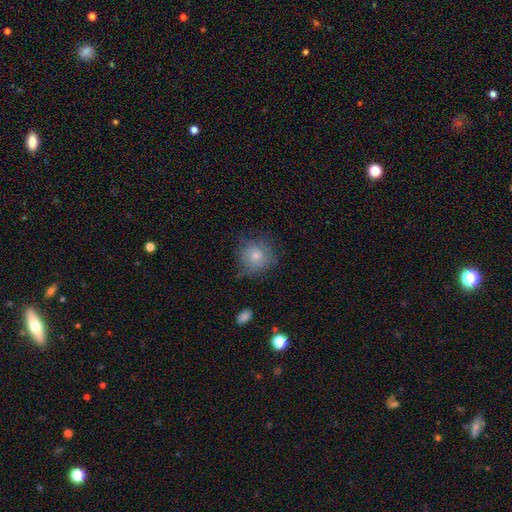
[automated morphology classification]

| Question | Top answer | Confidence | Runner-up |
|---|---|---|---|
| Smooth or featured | smooth | 65% | featured or disk (27%) |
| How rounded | round | 86% | in between (13%) |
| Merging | none | 63% | minor disturbance (24%) |